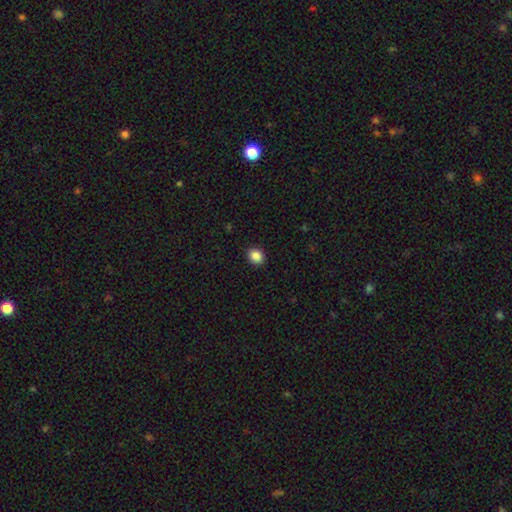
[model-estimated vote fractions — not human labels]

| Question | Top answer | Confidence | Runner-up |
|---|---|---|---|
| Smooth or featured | smooth | 88% | star or artifact (9%) |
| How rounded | round | 61% | in between (38%) |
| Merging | none | 91% | minor disturbance (6%) |